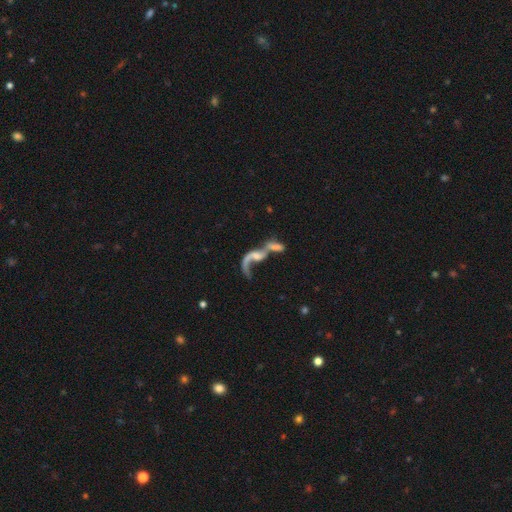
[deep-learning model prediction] Smooth or featured?
  - featured or disk: 69% *
  - smooth: 20%
  - star or artifact: 11%
Edge-on disk?
  - no: 90% *
  - yes: 10%
Bar?
  - no: 62% *
  - weak: 27%
  - strong: 11%
Spiral arms?
  - yes: 72% *
  - no: 28%
Bulge size?
  - small: 33% *
  - none: 32%
  - moderate: 26%
  - large: 6%
  - dominant: 2%
Merging?
  - merger: 60% *
  - major disturbance: 18%
  - none: 16%
  - minor disturbance: 6%